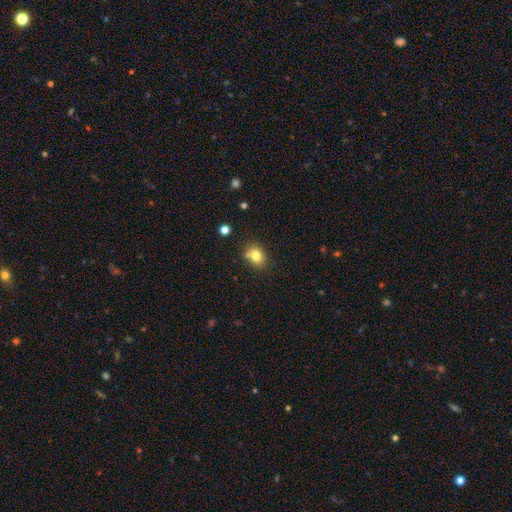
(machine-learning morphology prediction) A smooth galaxy with no disk features (80%) that is in between round and cigar-shaped (53%).

Vote fractions:
- Smooth or featured? smooth: 80% / star or artifact: 11% / featured or disk: 9%
- How rounded? in between: 53% / round: 46% / cigar-shaped: 1%
- Merging? none: 73% / minor disturbance: 15% / merger: 8% / major disturbance: 4%